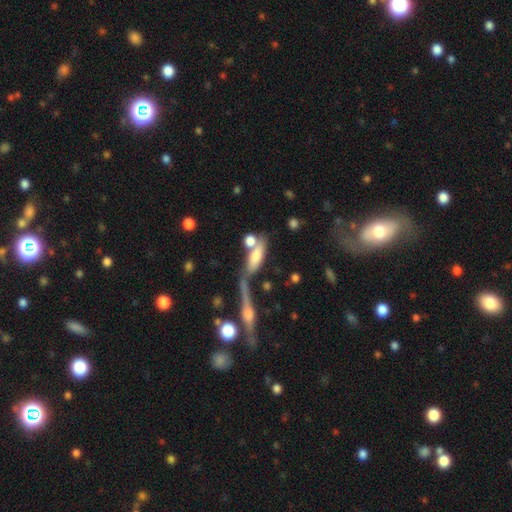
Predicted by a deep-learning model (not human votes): Smooth or featured? Predicted: smooth (p=0.64). How rounded? Predicted: in between (p=0.53). Merging? Predicted: none (p=0.43).